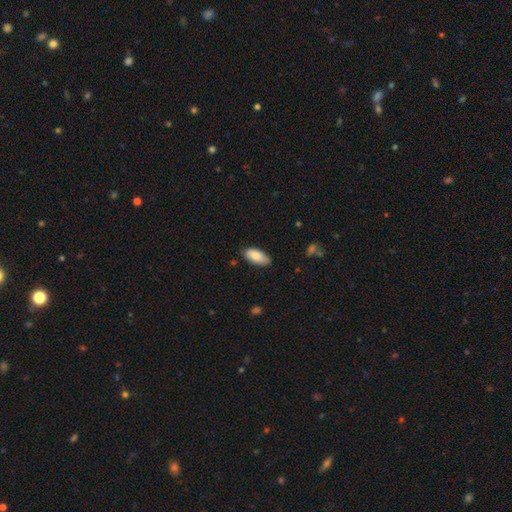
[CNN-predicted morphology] Smooth or featured: smooth — 84% (featured or disk — 10%)
How rounded: in between — 91% (cigar-shaped — 7%)
Merging: none — 79% (minor disturbance — 18%)